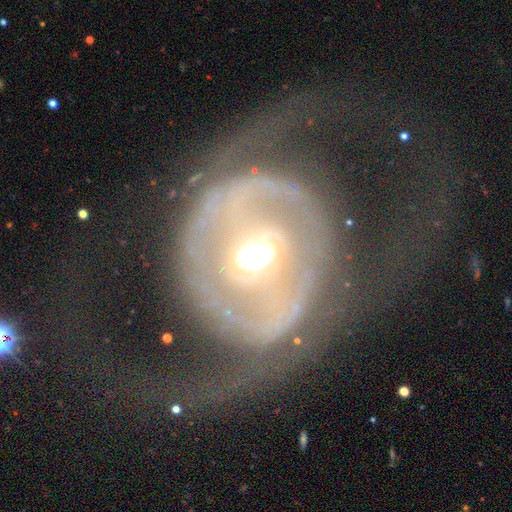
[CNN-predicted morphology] Smooth or featured: featured or disk — 86% (smooth — 8%)
Edge-on disk: no — 97% (yes — 3%)
Bar: no — 49% (weak — 33%)
Spiral arms: yes — 83% (no — 17%)
Spiral winding: medium — 36% (tight — 33%)
Spiral arm count: 2 — 72% (can't tell — 11%)
Bulge size: moderate — 70% (large — 17%)
Merging: none — 48% (major disturbance — 34%)